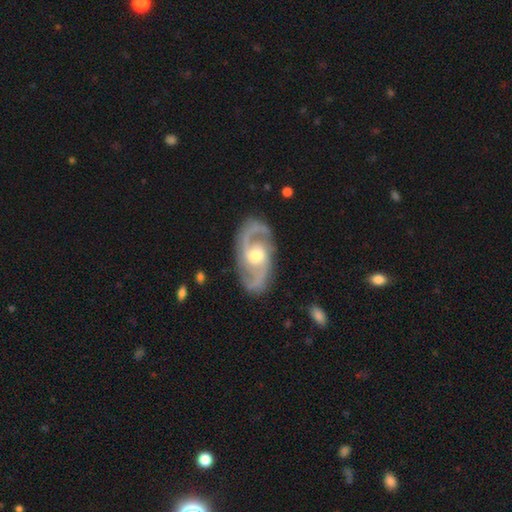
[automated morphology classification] smooth_or_featured: featured or disk (p=0.92) [alt: smooth p=0.05]
disk_edge_on: no (p=0.97) [alt: yes p=0.03]
bar: no (p=0.49) [alt: weak p=0.40]
has_spiral_arms: yes (p=0.98) [alt: no p=0.02]
spiral_winding: medium (p=0.61) [alt: tight p=0.22]
spiral_arm_count: 2 (p=0.92) [alt: 3 p=0.03]
bulge_size: moderate (p=0.69) [alt: small p=0.22]
merging: none (p=0.83) [alt: minor disturbance p=0.12]